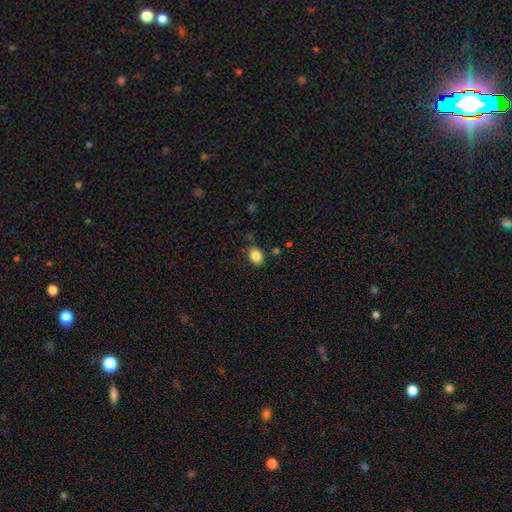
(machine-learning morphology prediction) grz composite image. It shows a smooth galaxy with no disk features (85%) that is in between round and cigar-shaped (72%). Merging: none (83%).